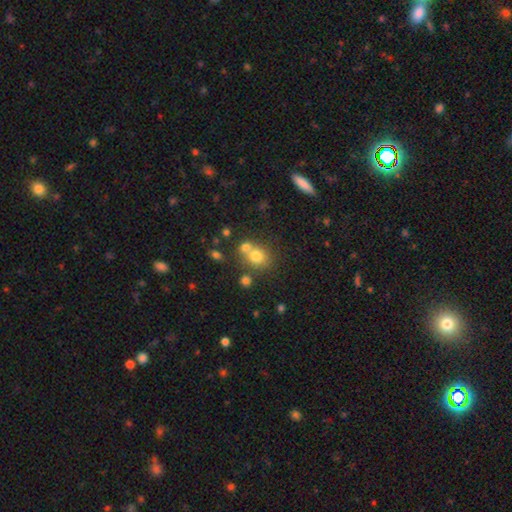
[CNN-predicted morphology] The model was most divided on "merging": none: 47%, merger: 38%, minor disturbance: 10%, major disturbance: 5%. More confident: smooth or featured — smooth (74%); how rounded — round (66%).